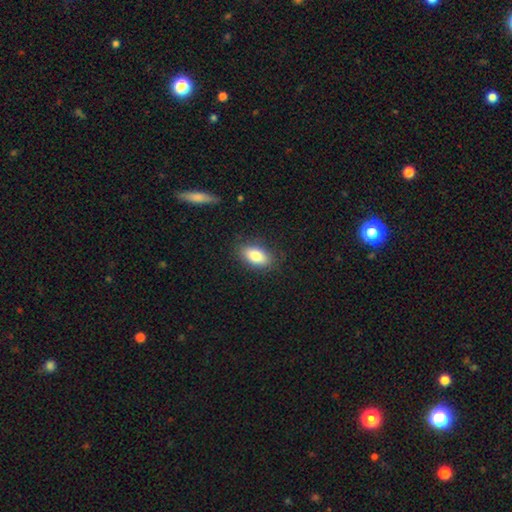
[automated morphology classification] This appears to be a smooth galaxy with no disk features (82%) that is in between round and cigar-shaped (88%). Merging: none (86%).